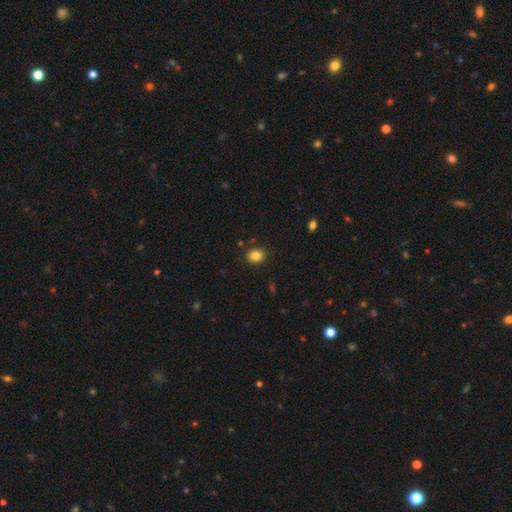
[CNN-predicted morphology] Smooth or featured? Predicted: smooth (p=0.84). How rounded? Predicted: round (p=0.51). Merging? Predicted: none (p=0.86).